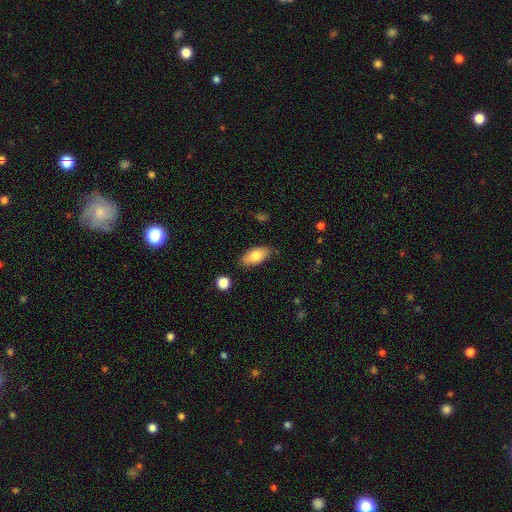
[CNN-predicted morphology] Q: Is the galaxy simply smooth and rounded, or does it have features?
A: smooth — 80%.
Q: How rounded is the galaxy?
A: in between — 88%.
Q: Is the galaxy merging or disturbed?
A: none — 80%.